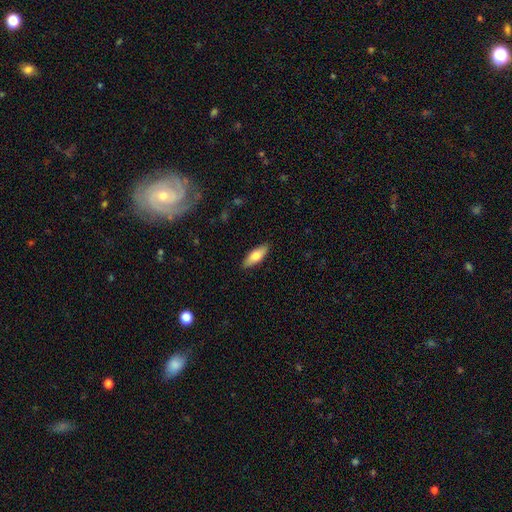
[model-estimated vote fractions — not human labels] smooth-or-featured: smooth: 73% | featured or disk: 21% | star or artifact: 6%
  how-rounded: in between: 66% | cigar-shaped: 32% | round: 2%
  merging: none: 88% | minor disturbance: 9% | major disturbance: 2% | merger: 1%